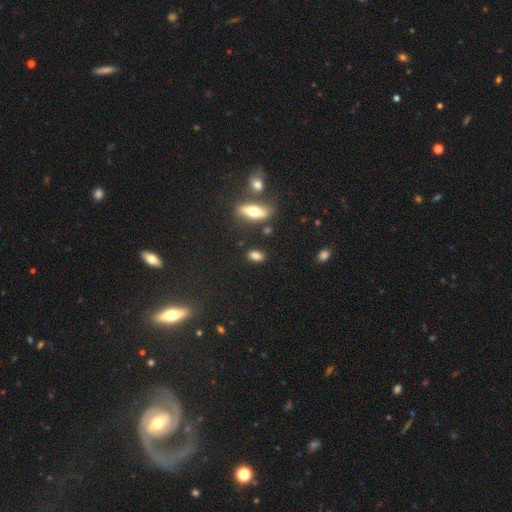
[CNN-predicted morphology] The model was most divided on "merging": none: 78%, minor disturbance: 12%, merger: 6%, major disturbance: 4%. More confident: how rounded — in between (80%); smooth or featured — smooth (80%).